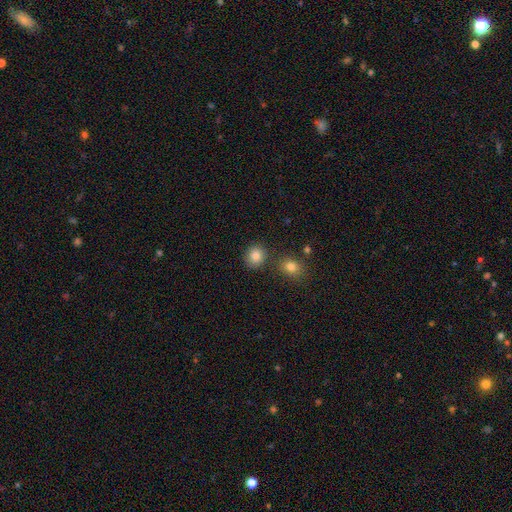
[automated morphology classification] smooth_or_featured: smooth (p=0.84) [alt: star or artifact p=0.10]
how_rounded: round (p=0.80) [alt: in between p=0.19]
merging: none (p=0.81) [alt: minor disturbance p=0.09]